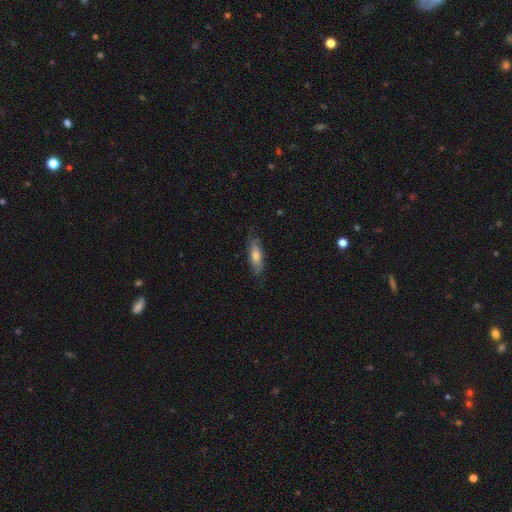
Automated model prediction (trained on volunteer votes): Morphology: type=smooth (48%); merging=none (73%).